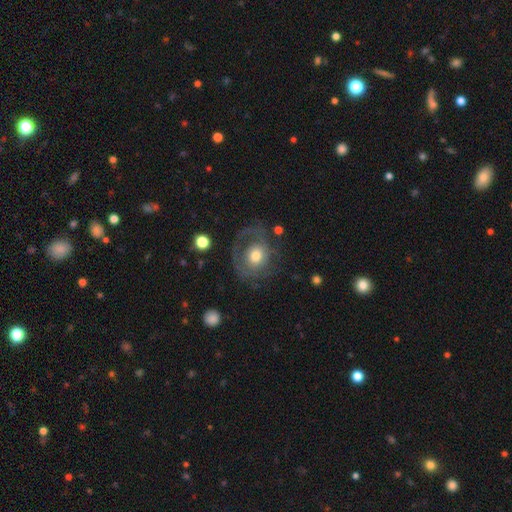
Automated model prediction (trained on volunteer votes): A featured or disk galaxy (54%) with no bar (83%), spiral arms (59%) and a moderate central bulge (63%).

Vote fractions:
- Smooth or featured? featured or disk: 54% / smooth: 38% / star or artifact: 8%
- Edge-on disk? no: 97% / yes: 3%
- Bar? no: 83% / weak: 14% / strong: 3%
- Spiral arms? yes: 59% / no: 41%
- Bulge size? moderate: 63% / large: 22% / small: 11% / dominant: 2% / none: 2%
- Merging? none: 52% / major disturbance: 27% / minor disturbance: 19% / merger: 2%